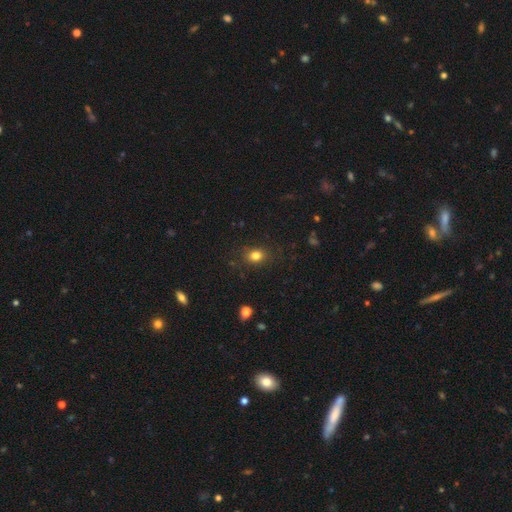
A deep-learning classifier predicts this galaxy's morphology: smooth-or-featured: smooth: 81% | star or artifact: 12% | featured or disk: 7%
  how-rounded: round: 53% | in between: 46% | cigar-shaped: 1%
  merging: none: 82% | minor disturbance: 12% | major disturbance: 4% | merger: 1%